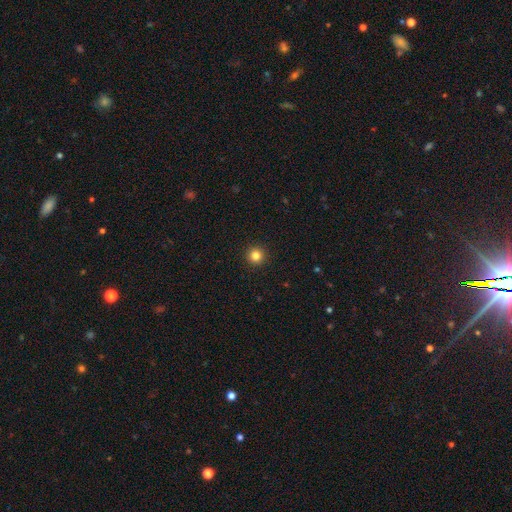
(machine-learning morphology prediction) smooth-or-featured: smooth: 83% | star or artifact: 12% | featured or disk: 5%
  how-rounded: round: 96% | in between: 3% | cigar-shaped: 1%
  merging: none: 93% | minor disturbance: 4% | major disturbance: 2% | merger: 1%